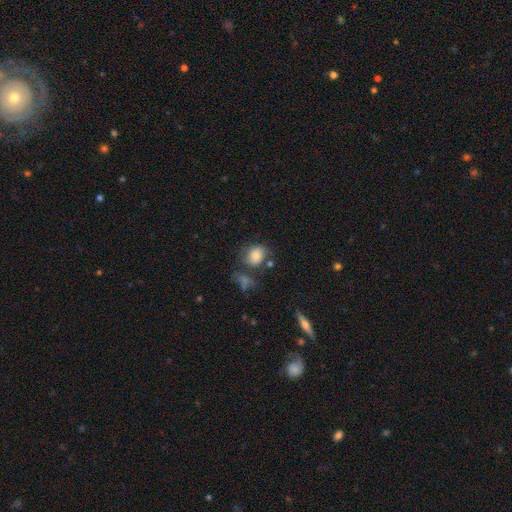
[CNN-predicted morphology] type=smooth (76%); roundness=round (59%); merging=none (60%).